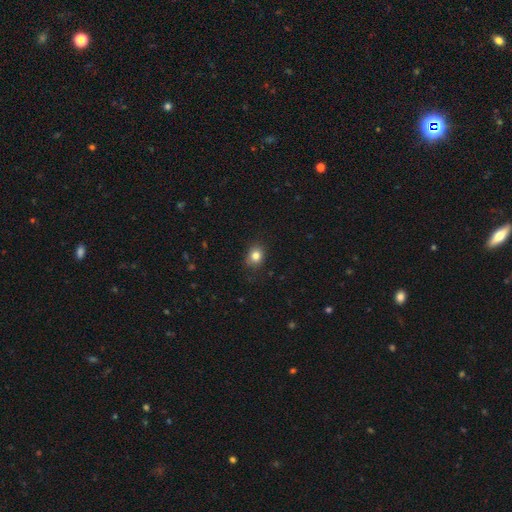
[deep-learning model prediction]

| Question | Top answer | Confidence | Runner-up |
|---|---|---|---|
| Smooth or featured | smooth | 82% | star or artifact (11%) |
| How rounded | round | 59% | in between (40%) |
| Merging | none | 84% | minor disturbance (12%) |